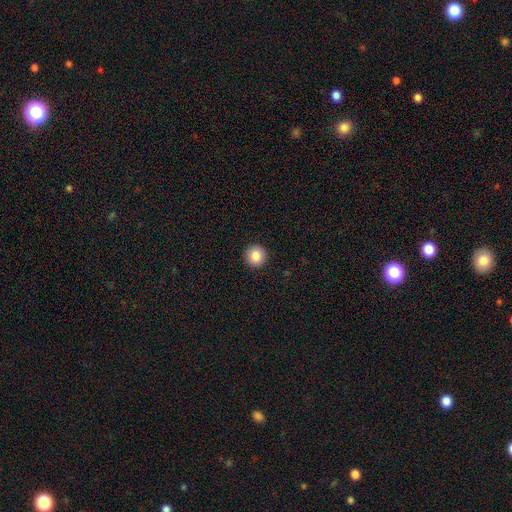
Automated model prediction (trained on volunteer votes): Smooth or featured? Predicted: smooth (p=0.87). How rounded? Predicted: round (p=0.95). Merging? Predicted: none (p=0.93).